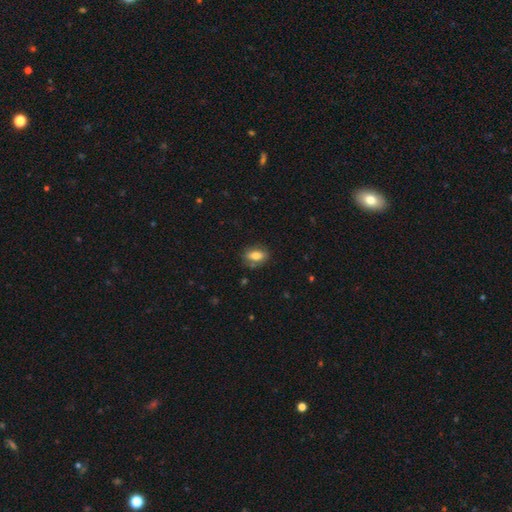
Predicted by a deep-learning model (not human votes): Smooth or featured: smooth — 75% (featured or disk — 18%)
How rounded: in between — 83% (round — 10%)
Merging: none — 75% (minor disturbance — 17%)